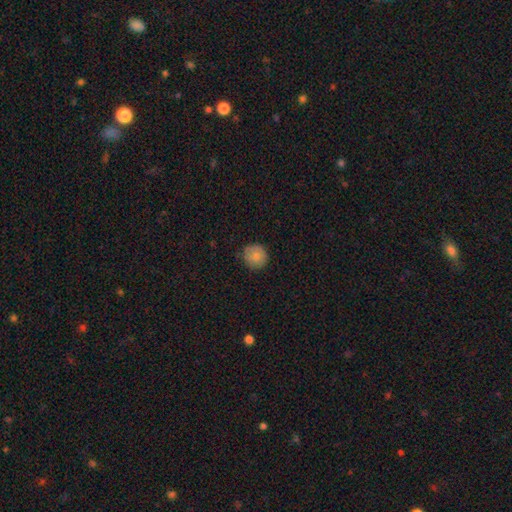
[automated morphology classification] This appears to be a smooth galaxy with no disk features (79%) that is round (92%). Merging: none (81%).